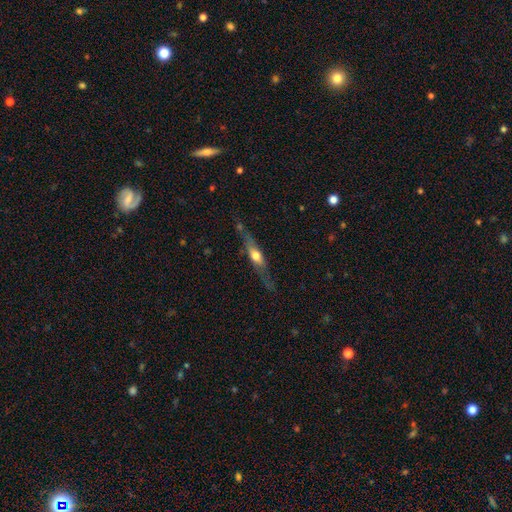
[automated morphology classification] smooth_or_featured: featured or disk (p=0.59) [alt: smooth p=0.35]
disk_edge_on: yes (p=0.85) [alt: no p=0.15]
merging: none (p=0.68) [alt: minor disturbance p=0.21]